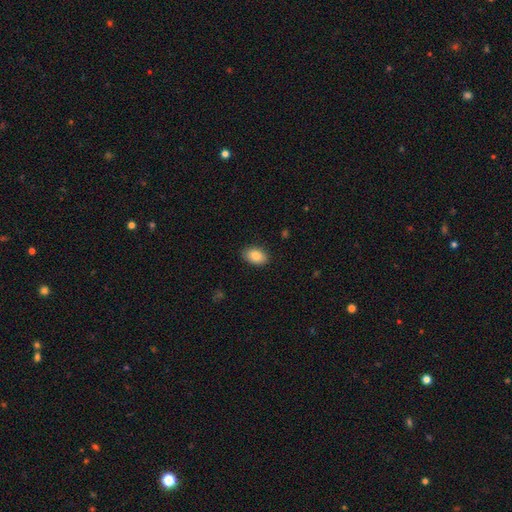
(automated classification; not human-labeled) A smooth galaxy with no disk features (85%) that is in between round and cigar-shaped (88%). Merging: none (88%).